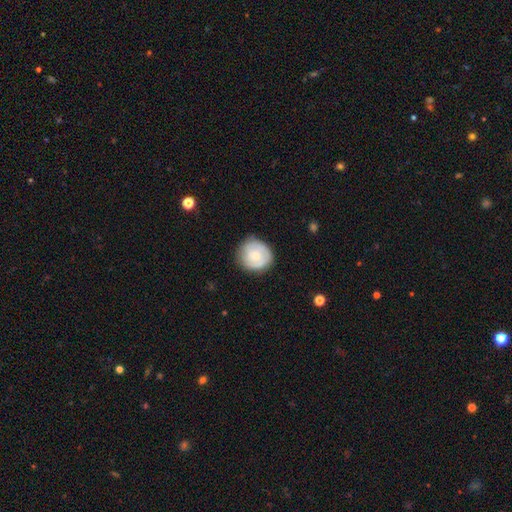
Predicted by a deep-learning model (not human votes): smooth-or-featured: smooth: 57% | featured or disk: 37% | star or artifact: 6%
  how-rounded: round: 88% | in between: 11% | cigar-shaped: 1%
  merging: none: 76% | minor disturbance: 18% | major disturbance: 5% | merger: 1%